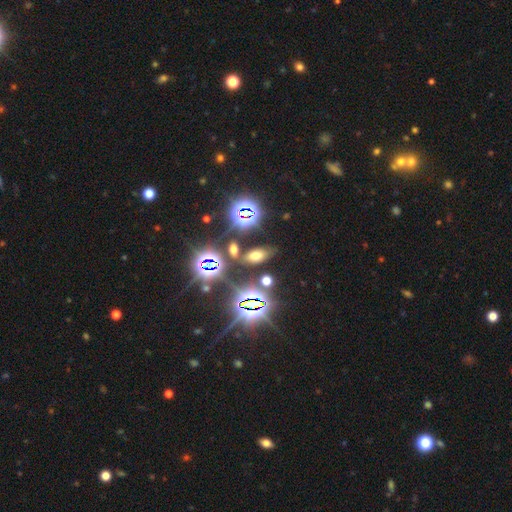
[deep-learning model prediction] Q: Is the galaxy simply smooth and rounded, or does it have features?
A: smooth — 45%.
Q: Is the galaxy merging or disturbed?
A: none — 78%.